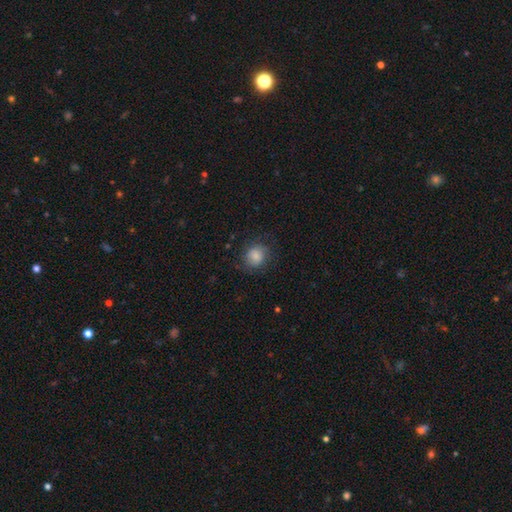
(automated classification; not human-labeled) smooth_or_featured: smooth (p=0.84) [alt: star or artifact p=0.08]
how_rounded: round (p=0.78) [alt: in between p=0.21]
merging: none (p=0.77) [alt: minor disturbance p=0.15]